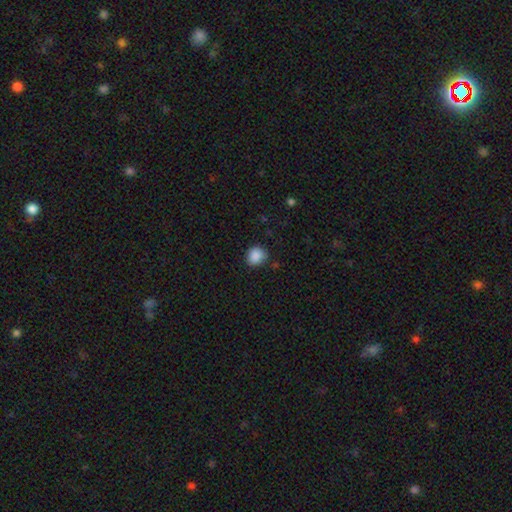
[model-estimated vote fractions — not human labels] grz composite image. It shows a smooth galaxy with no disk features (88%) that is round (76%). Merging: none (77%).